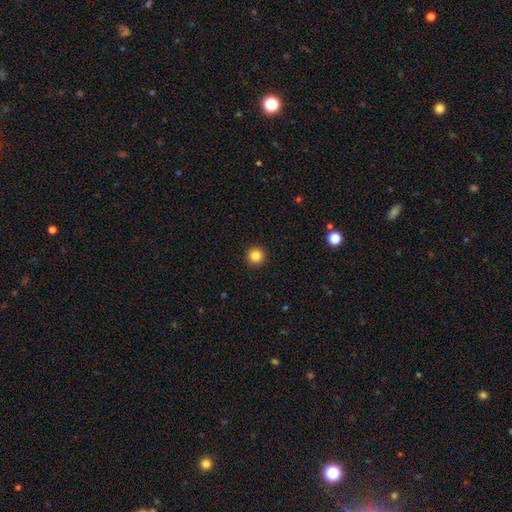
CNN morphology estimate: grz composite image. It shows a smooth galaxy with no disk features (84%) that is round (96%). Merging: none (94%).